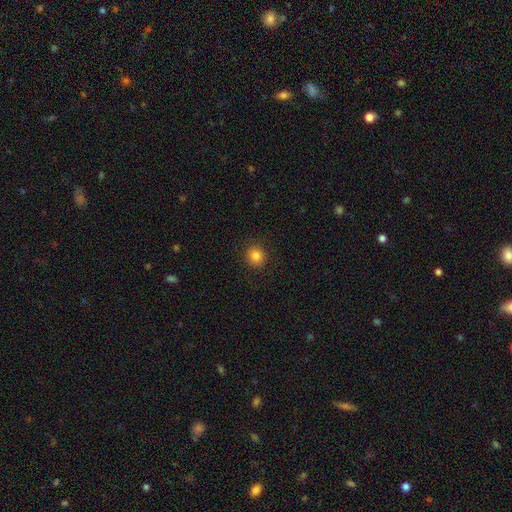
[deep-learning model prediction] Smooth or featured? smooth (85%)
How rounded? round (90%)
Merging? none (91%)